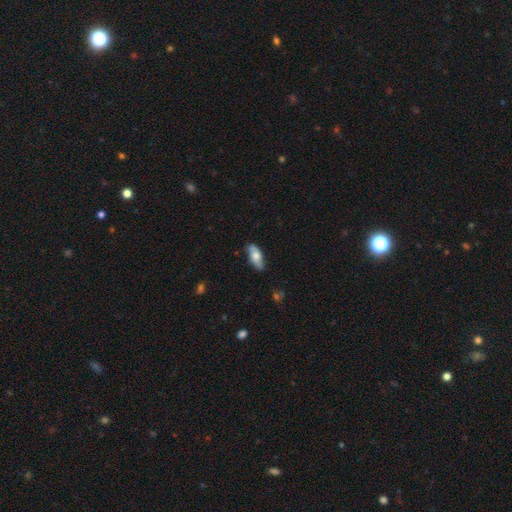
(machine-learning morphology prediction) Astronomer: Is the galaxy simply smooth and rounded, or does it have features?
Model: smooth — 62%.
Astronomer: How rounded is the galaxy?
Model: in between — 78%.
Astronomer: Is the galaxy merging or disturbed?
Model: none — 78%.